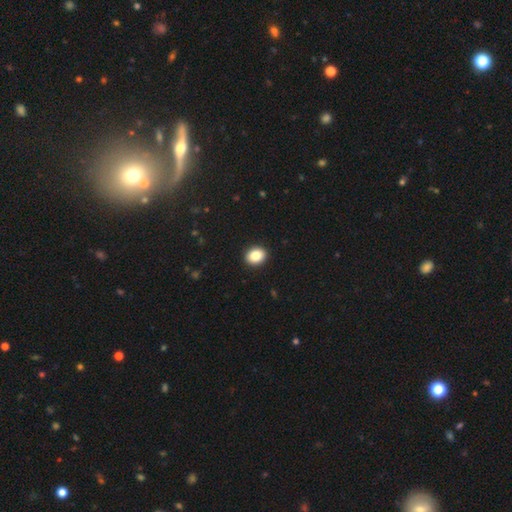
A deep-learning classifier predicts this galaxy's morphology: smooth_or_featured: smooth (p=0.86) [alt: star or artifact p=0.08]
how_rounded: in between (p=0.51) [alt: round p=0.48]
merging: none (p=0.92) [alt: minor disturbance p=0.05]